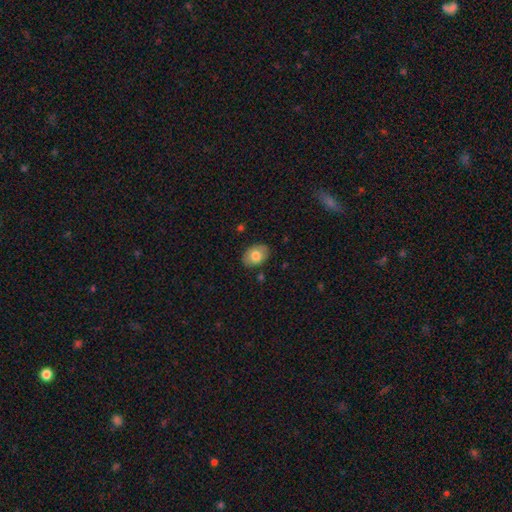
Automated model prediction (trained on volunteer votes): Morphology: type=smooth (76%); roundness=in between (76%); merging=none (84%).